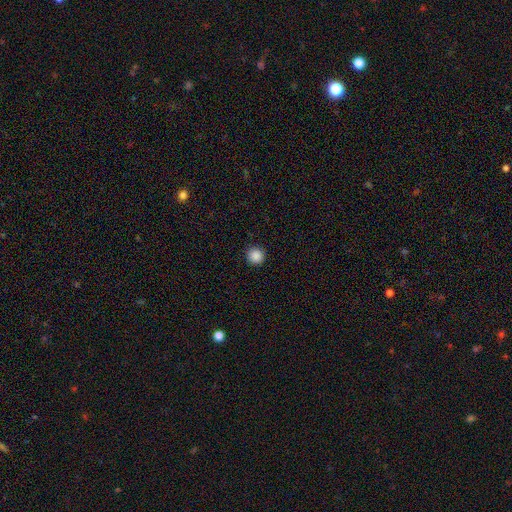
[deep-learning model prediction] Smooth or featured? smooth (88%)
How rounded? round (95%)
Merging? none (92%)